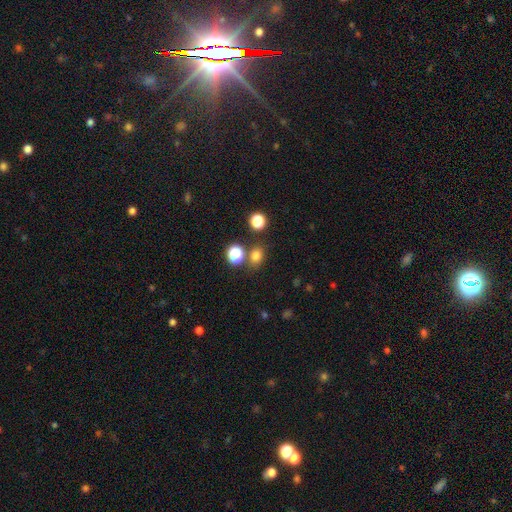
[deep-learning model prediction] Q: Smooth or featured?
A: smooth (75%); runner-up: star or artifact (20%)
Q: How rounded?
A: round (58%); runner-up: in between (41%)
Q: Merging?
A: none (73%); runner-up: merger (13%)